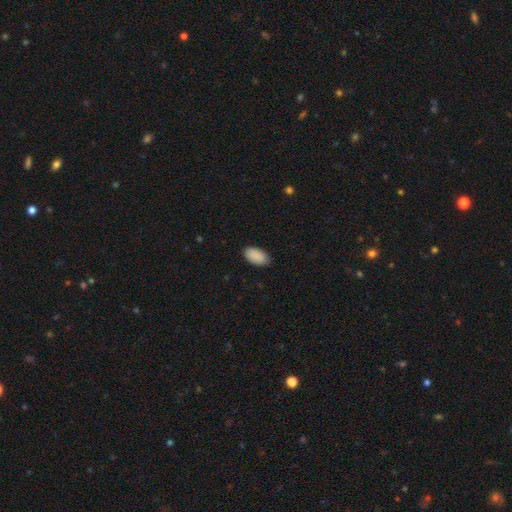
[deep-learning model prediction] A smooth galaxy with no disk features (91%) that is in between round and cigar-shaped (95%). Merging: none (88%).